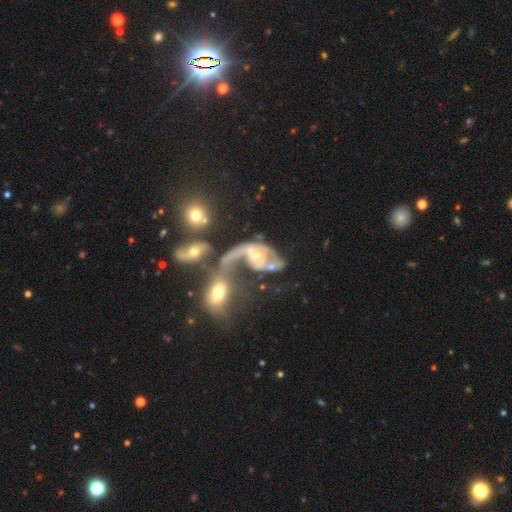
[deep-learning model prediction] Smooth or featured: featured or disk — 71% (smooth — 20%)
Edge-on disk: no — 96% (yes — 4%)
Bar: no — 73% (weak — 21%)
Spiral arms: yes — 64% (no — 36%)
Bulge size: small — 50% (moderate — 39%)
Merging: merger — 57% (major disturbance — 26%)